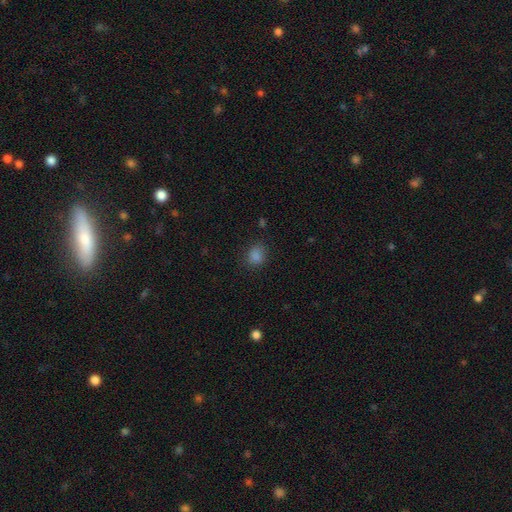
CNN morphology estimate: type=smooth (82%); roundness=round (67%); merging=none (80%).